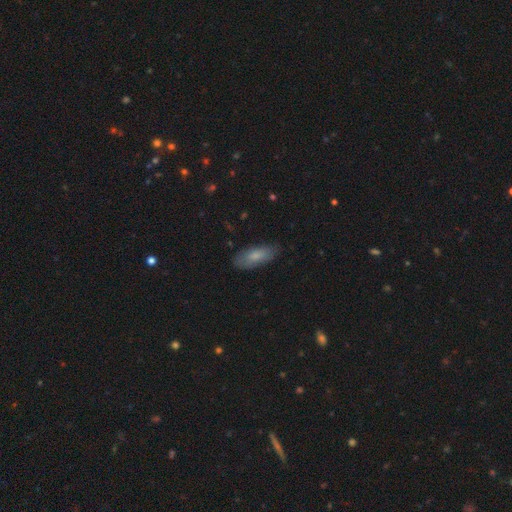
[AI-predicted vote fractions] smooth 77%, featured or disk 17%, star or artifact 6%. Down the decision tree: how rounded — in between (75%); merging — none (78%).